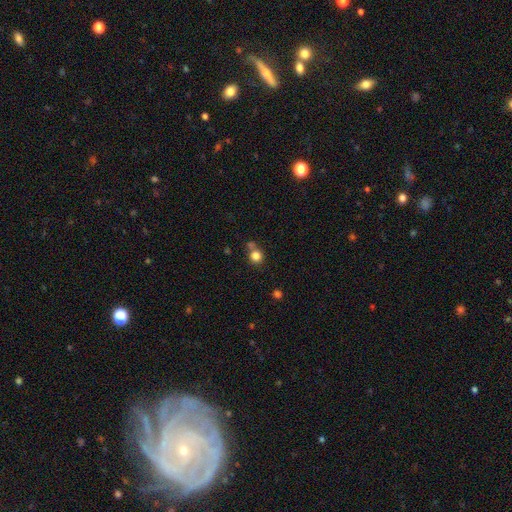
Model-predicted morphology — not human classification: This is clearly a smooth galaxy (81%). How rounded: clearly round (89%). Merging: likely none (62%).